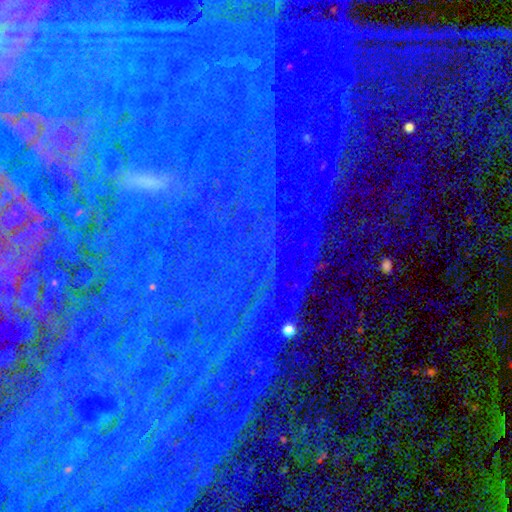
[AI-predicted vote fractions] Overall: star or artifact (74%).